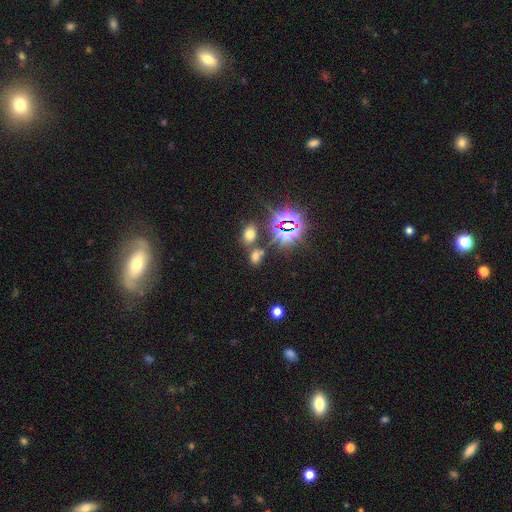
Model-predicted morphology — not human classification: Smooth or featured? smooth (49%)
Merging? none (61%)